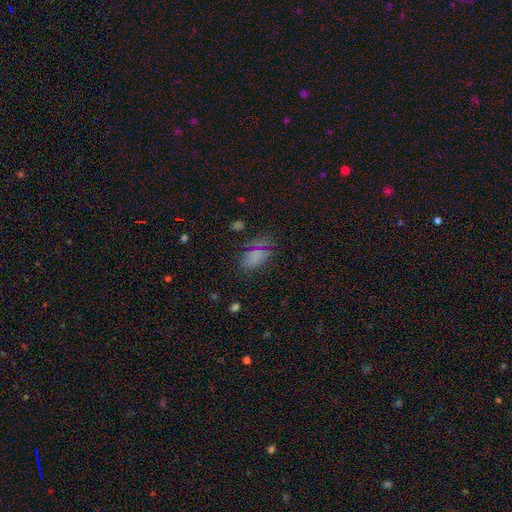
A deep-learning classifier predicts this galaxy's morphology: smooth 66%, star or artifact 25%, featured or disk 9%. Down the decision tree: how rounded — in between (89%); merging — none (68%).